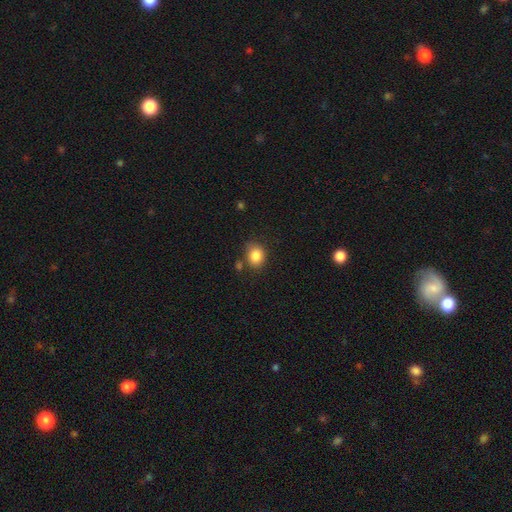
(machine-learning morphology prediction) Smooth or featured? Predicted: smooth (p=0.85). How rounded? Predicted: round (p=0.60). Merging? Predicted: none (p=0.73).